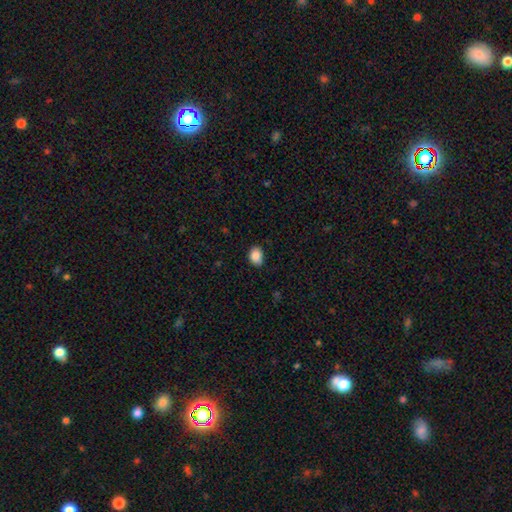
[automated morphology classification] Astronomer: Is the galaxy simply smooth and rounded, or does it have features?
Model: smooth — 88%.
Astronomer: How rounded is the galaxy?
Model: in between — 69%.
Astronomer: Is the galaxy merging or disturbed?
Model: none — 79%.